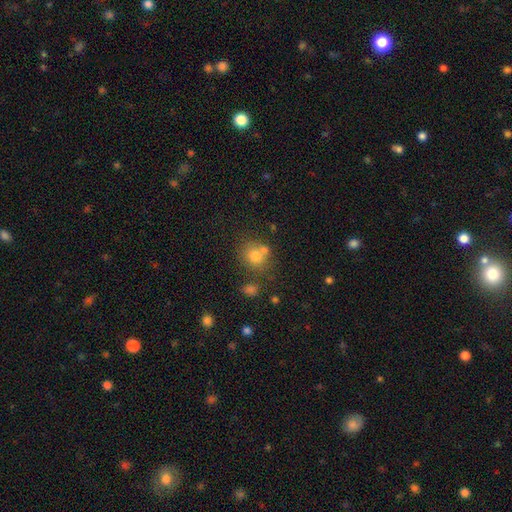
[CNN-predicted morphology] Overall: smooth (74%). How rounded: round (75%). Merging: none (57%; merger 26%).